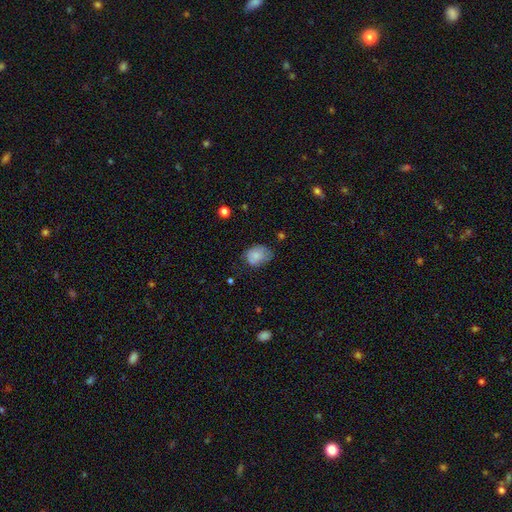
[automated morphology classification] The model was most divided on "merging": none: 50%, minor disturbance: 35%, major disturbance: 12%, merger: 3%. More confident: smooth or featured — smooth (74%); how rounded — in between (66%).